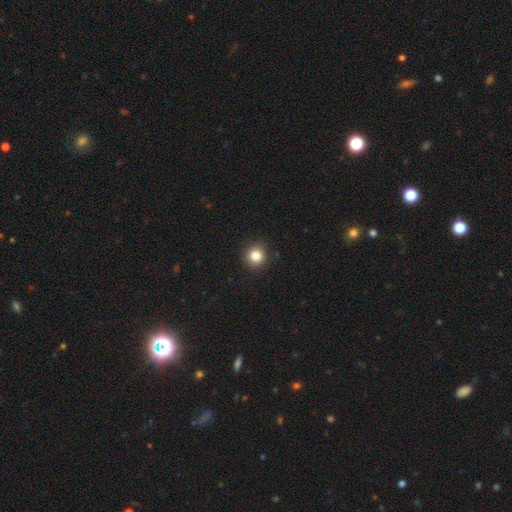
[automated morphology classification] Overall: smooth (85%). How rounded: round (92%). Merging: none (91%).